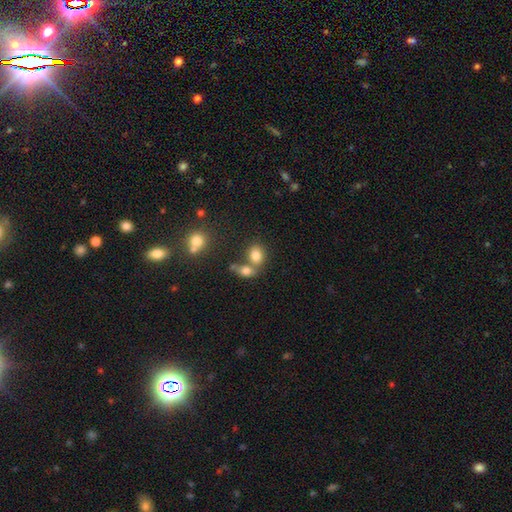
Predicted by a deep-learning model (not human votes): A smooth galaxy with no disk features (79%) that is in between round and cigar-shaped (55%). Merging: none (45%).